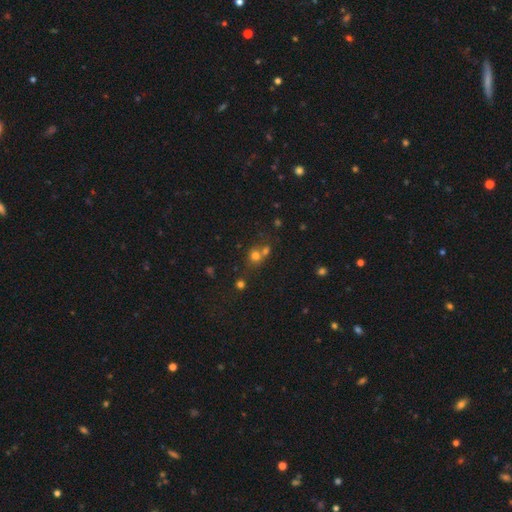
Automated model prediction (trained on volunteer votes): Smooth or featured? smooth (69%)
How rounded? round (80%)
Merging? merger (46%)